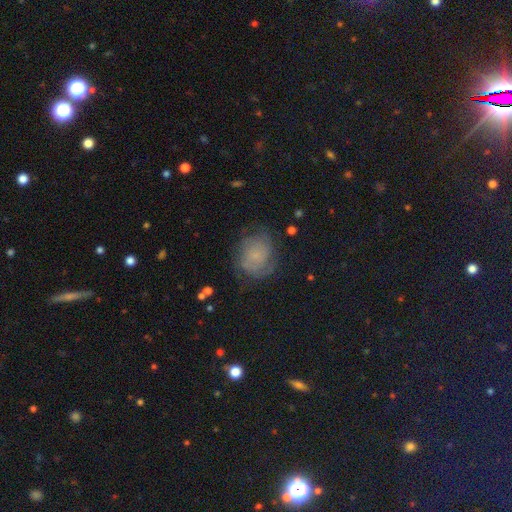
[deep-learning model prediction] smooth-or-featured: smooth: 46% | featured or disk: 42% | star or artifact: 13%
  merging: none: 62% | minor disturbance: 23% | major disturbance: 13% | merger: 2%